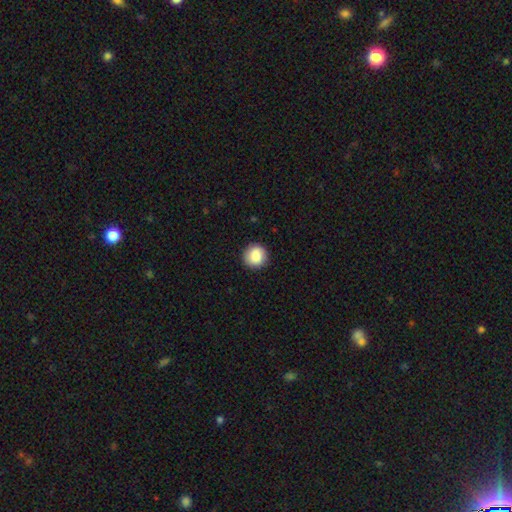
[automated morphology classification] This is clearly a smooth galaxy (87%). How rounded: clearly round (91%). Merging: clearly none (89%).